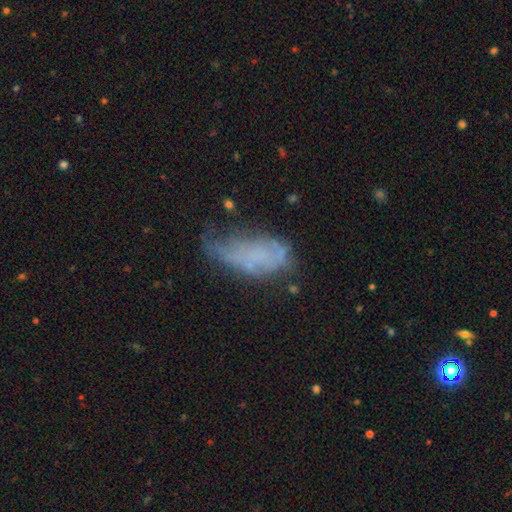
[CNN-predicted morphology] smooth-or-featured: smooth: 47% | featured or disk: 39% | star or artifact: 14%
  merging: minor disturbance: 34% | none: 30% | major disturbance: 30% | merger: 5%